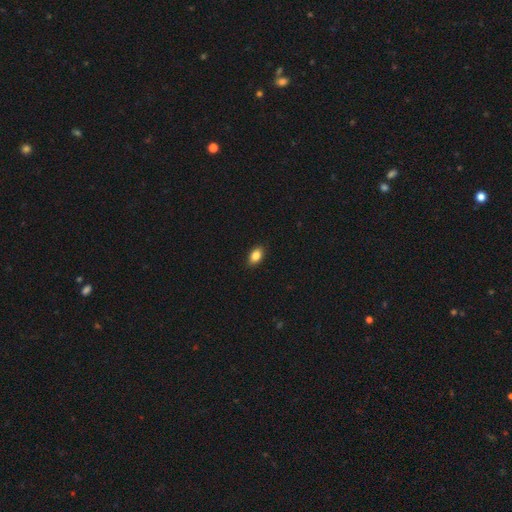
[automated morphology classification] A smooth galaxy with no disk features (84%) that is in between round and cigar-shaped (87%).

Vote fractions:
- Smooth or featured? smooth: 84% / star or artifact: 8% / featured or disk: 7%
- How rounded? in between: 87% / round: 11% / cigar-shaped: 2%
- Merging? none: 88% / minor disturbance: 9% / major disturbance: 2% / merger: 1%